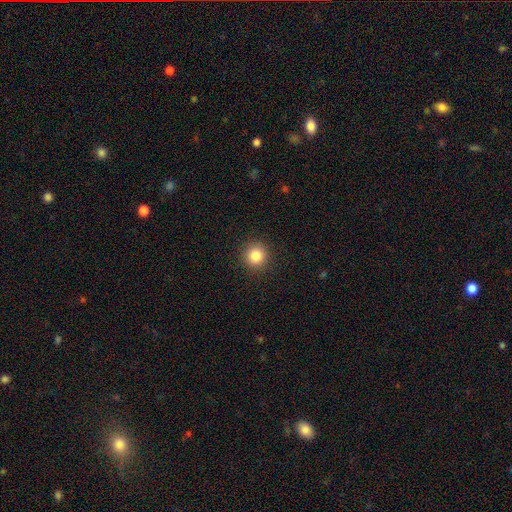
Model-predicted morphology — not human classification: The model was most divided on "smooth or featured": smooth: 84%, star or artifact: 11%, featured or disk: 5%. More confident: how rounded — round (93%); merging — none (92%).